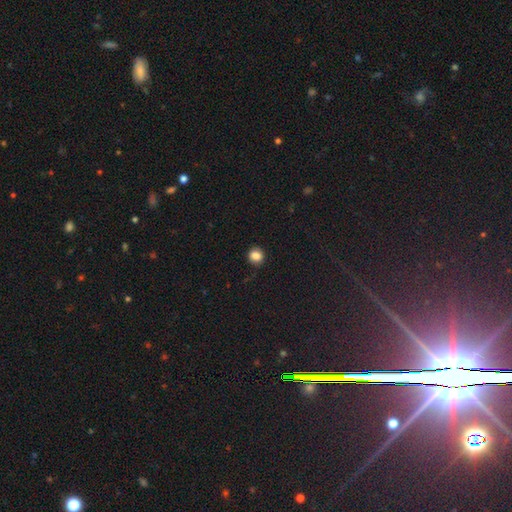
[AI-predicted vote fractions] A smooth galaxy with no disk features (85%) that is round (80%). Merging: none (85%).